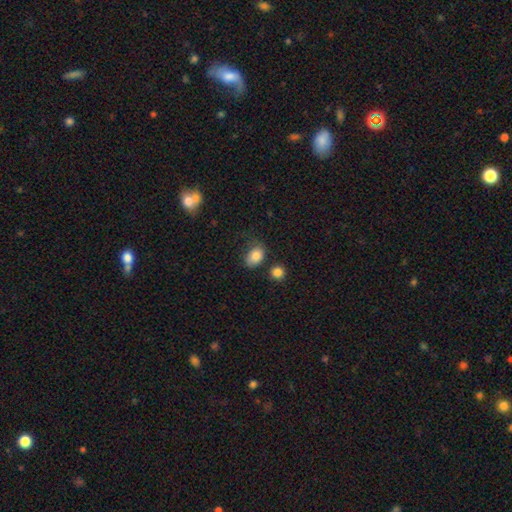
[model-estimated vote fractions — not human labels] smooth-or-featured: smooth: 84% | star or artifact: 9% | featured or disk: 7%
  how-rounded: in between: 73% | round: 26% | cigar-shaped: 1%
  merging: none: 55% | minor disturbance: 26% | major disturbance: 11% | merger: 8%